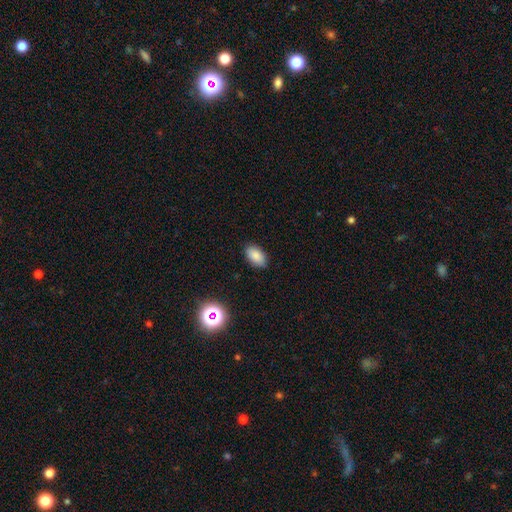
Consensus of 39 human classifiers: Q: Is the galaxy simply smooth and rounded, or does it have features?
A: smooth — 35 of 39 (90%).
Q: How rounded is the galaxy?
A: in between — 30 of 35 (86%).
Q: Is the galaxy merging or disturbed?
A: none — 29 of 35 (83%).